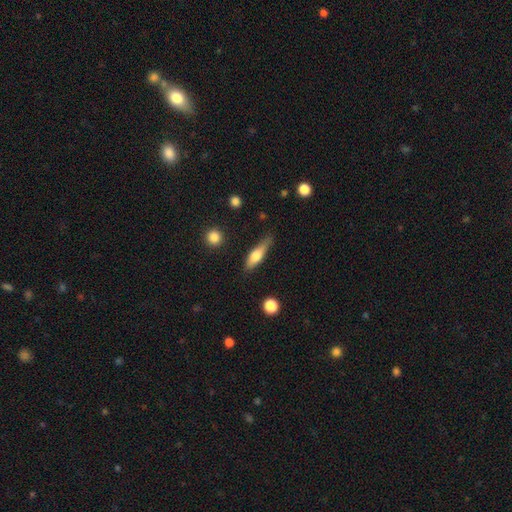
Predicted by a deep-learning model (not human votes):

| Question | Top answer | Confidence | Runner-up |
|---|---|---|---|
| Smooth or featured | smooth | 62% | featured or disk (32%) |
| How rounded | cigar-shaped | 59% | in between (38%) |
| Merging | none | 67% | minor disturbance (25%) |